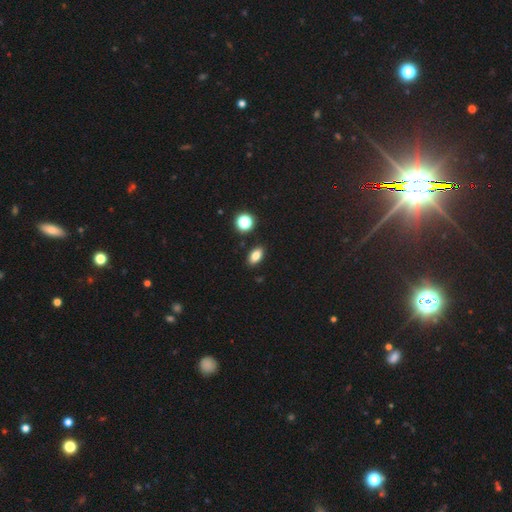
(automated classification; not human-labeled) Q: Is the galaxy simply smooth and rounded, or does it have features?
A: smooth — 81%.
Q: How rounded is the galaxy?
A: in between — 87%.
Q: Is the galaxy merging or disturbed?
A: none — 87%.